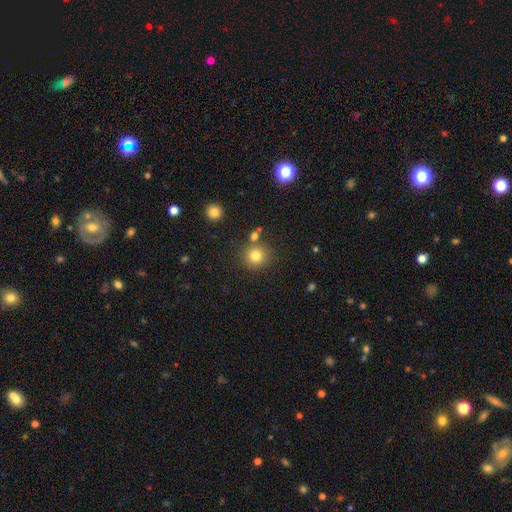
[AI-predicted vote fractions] Morphology: type=smooth (81%); roundness=round (90%); merging=none (79%).